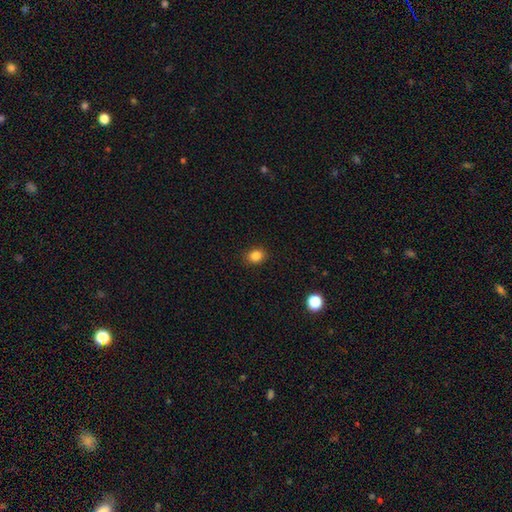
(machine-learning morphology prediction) The model was most divided on "how rounded": round: 56%, in between: 43%, cigar-shaped: 1%. More confident: merging — none (88%); smooth or featured — smooth (84%).